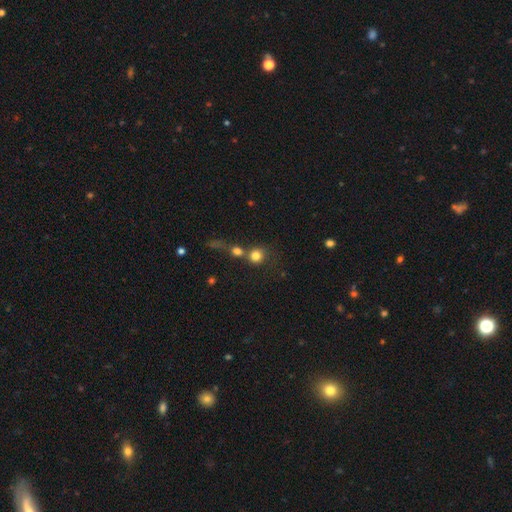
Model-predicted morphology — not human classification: This is likely a smooth galaxy (79%). How rounded: clearly round (88%). Merging: marginally none (44%).